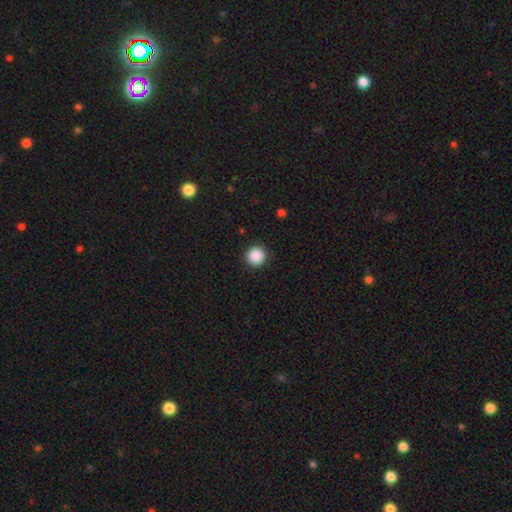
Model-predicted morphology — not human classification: smooth-or-featured: smooth: 89% | star or artifact: 9% | featured or disk: 2%
  how-rounded: round: 95% | in between: 4% | cigar-shaped: 1%
  merging: none: 92% | minor disturbance: 5% | major disturbance: 2% | merger: 1%